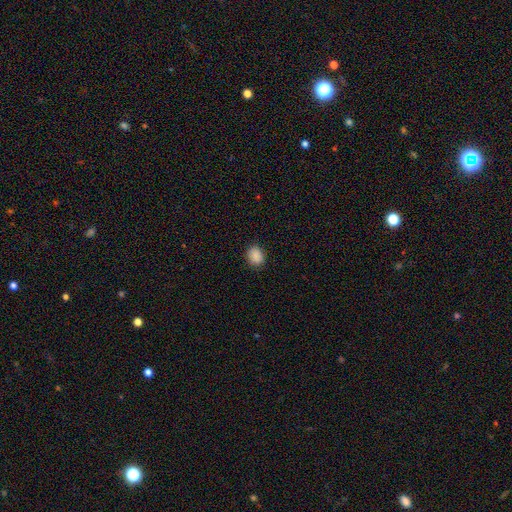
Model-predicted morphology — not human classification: Smooth or featured? smooth (89%)
How rounded? in between (55%)
Merging? none (86%)